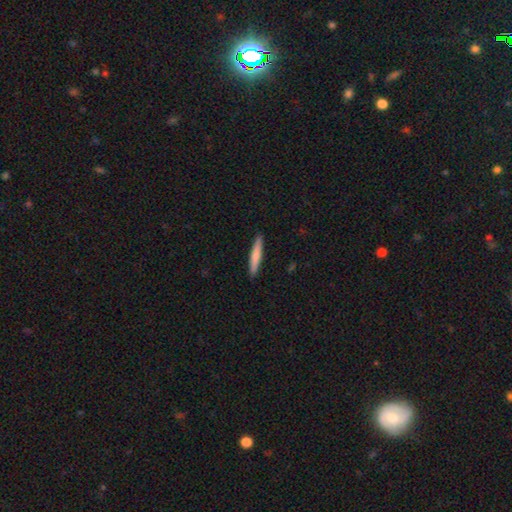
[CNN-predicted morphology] Smooth or featured? smooth (74%)
How rounded? cigar-shaped (94%)
Merging? none (91%)